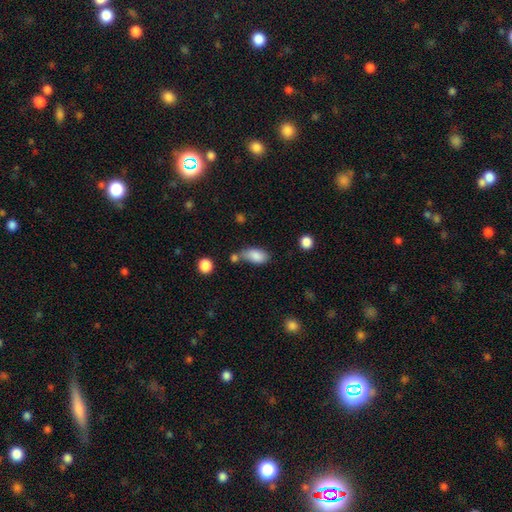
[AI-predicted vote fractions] This appears to be a smooth galaxy with no disk features (85%) that is in between round and cigar-shaped (91%). Merging: none (50%).